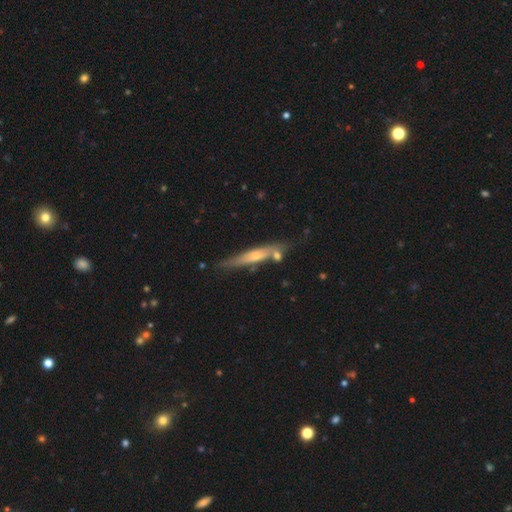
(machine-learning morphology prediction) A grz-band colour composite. It shows a featured or disk galaxy (51%) viewed edge-on (90%). Merging: none (70%).